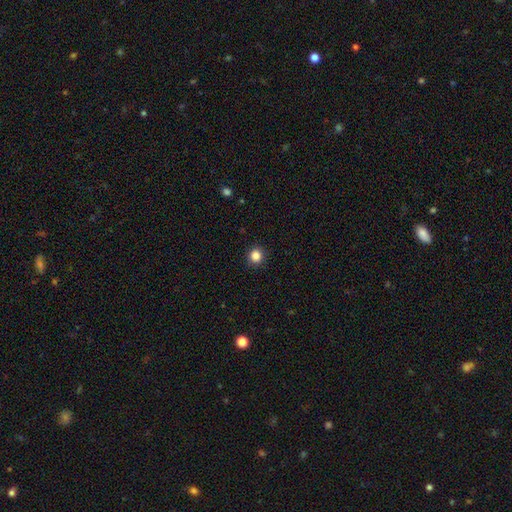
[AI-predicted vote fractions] smooth 85%, star or artifact 11%, featured or disk 4%. Down the decision tree: how rounded — round (90%); merging — none (92%).